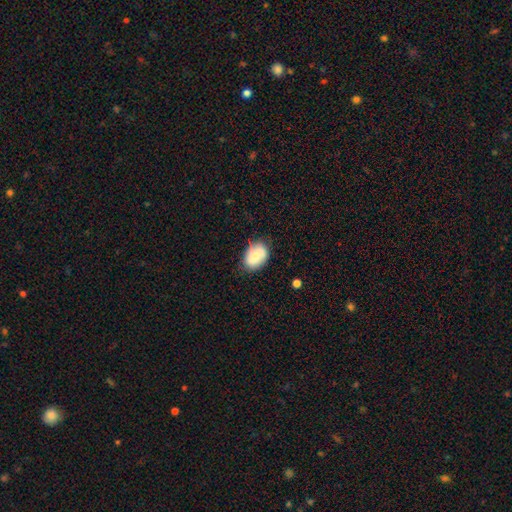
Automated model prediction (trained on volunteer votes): This appears to be a smooth galaxy with no disk features (76%) that is in between round and cigar-shaped (77%). Merging: none (73%).